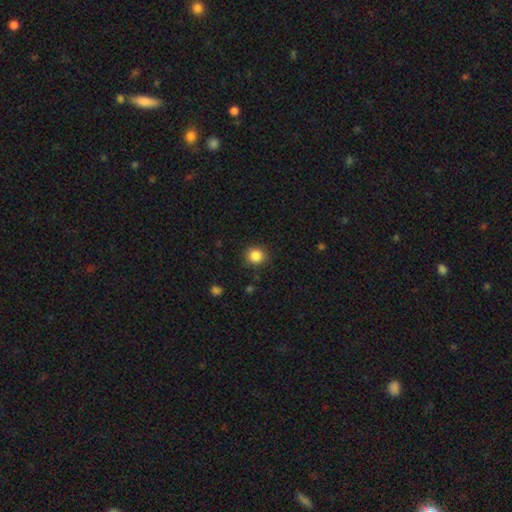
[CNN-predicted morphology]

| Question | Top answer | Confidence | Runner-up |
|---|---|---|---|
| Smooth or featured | smooth | 85% | star or artifact (10%) |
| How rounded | round | 89% | in between (10%) |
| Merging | none | 89% | minor disturbance (7%) |